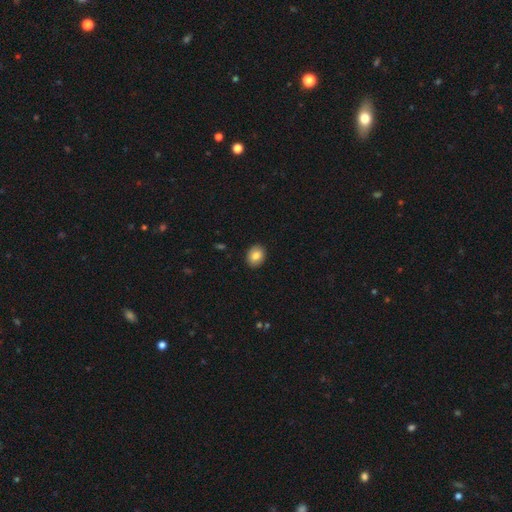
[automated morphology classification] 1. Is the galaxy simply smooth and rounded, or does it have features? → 83% smooth, 9% featured or disk, 8% star or artifact.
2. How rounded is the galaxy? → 51% in between, 48% round, 1% cigar-shaped.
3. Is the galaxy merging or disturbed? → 91% none, 7% minor disturbance, 2% major disturbance, 1% merger.